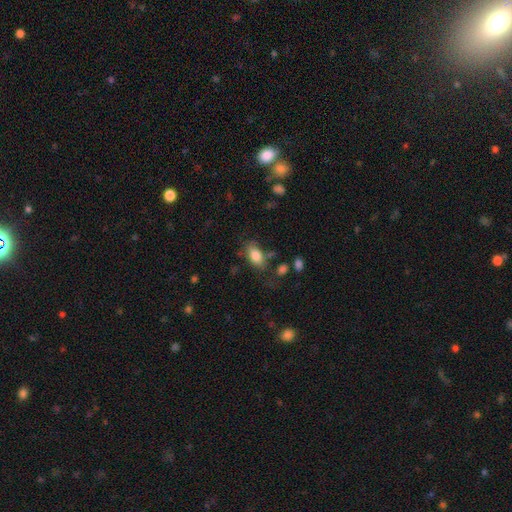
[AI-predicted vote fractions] A smooth galaxy with no disk features (82%) that is in between round and cigar-shaped (90%). Merging: none (64%).